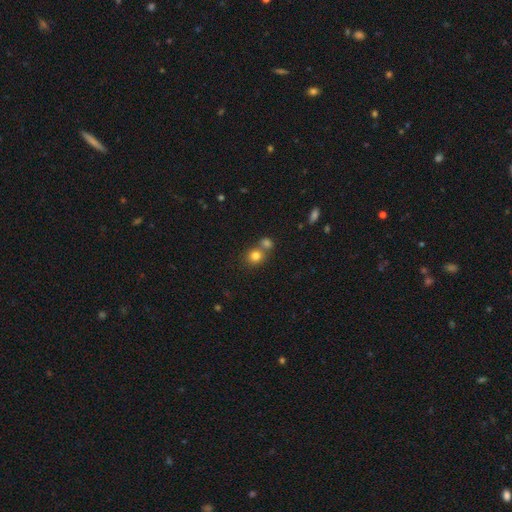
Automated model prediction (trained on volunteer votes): The model was most divided on "merging": none: 54%, merger: 35%, minor disturbance: 8%, major disturbance: 3%. More confident: how rounded — round (81%); smooth or featured — smooth (80%).